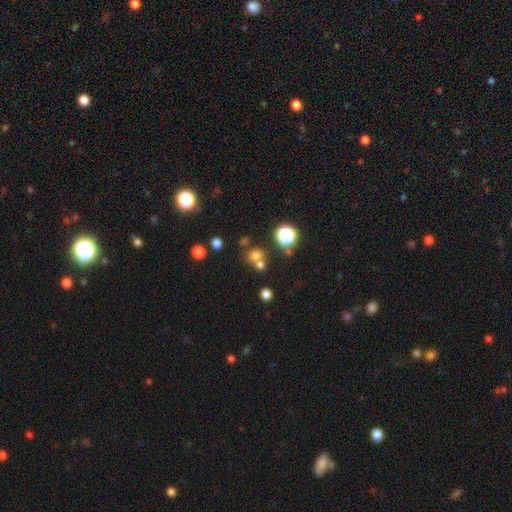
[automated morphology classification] Smooth or featured? smooth (65%)
How rounded? round (82%)
Merging? none (55%)